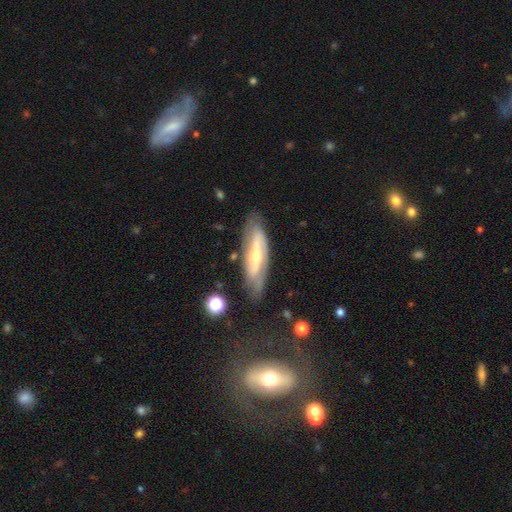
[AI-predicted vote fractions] Smooth or featured? featured or disk (74%)
Edge-on disk? no (75%)
Bar? strong (43%)
Spiral arms? yes (77%)
Bulge size? moderate (53%)
Merging? none (76%)